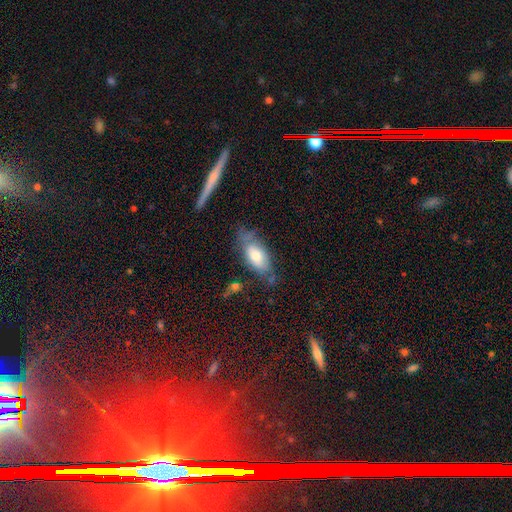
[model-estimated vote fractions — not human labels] Overall: smooth (64%; featured or disk 28%). How rounded: in between (82%). Merging: none (56%; minor disturbance 28%).